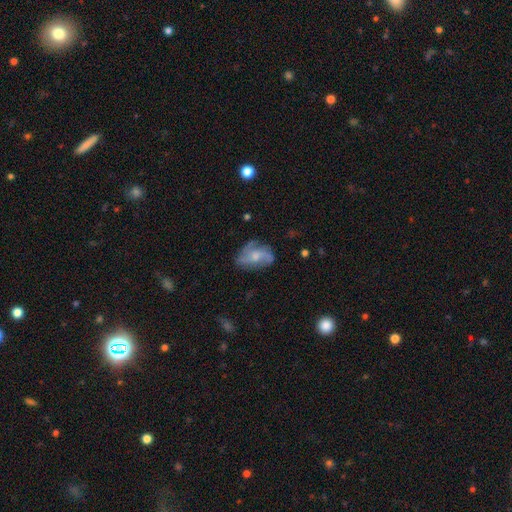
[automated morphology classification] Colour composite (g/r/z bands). It shows a featured or disk galaxy (66%) with no bar (68%), 3 (40%) loose (43%) spiral arms (87%) and a moderate central bulge (44%). Merging: none (61%).